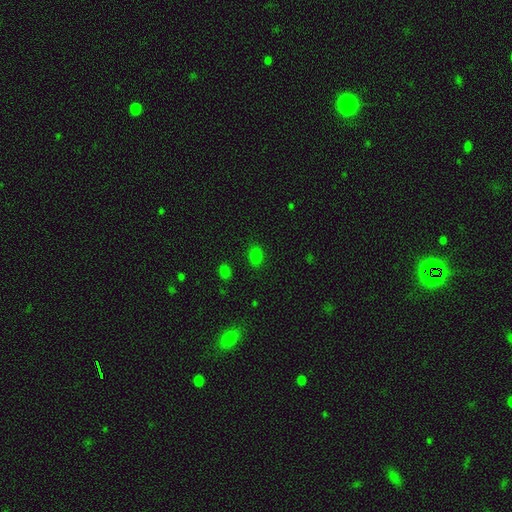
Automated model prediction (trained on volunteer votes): Smooth or featured: smooth — 79% (star or artifact — 17%)
How rounded: in between — 79% (round — 20%)
Merging: none — 84% (minor disturbance — 10%)